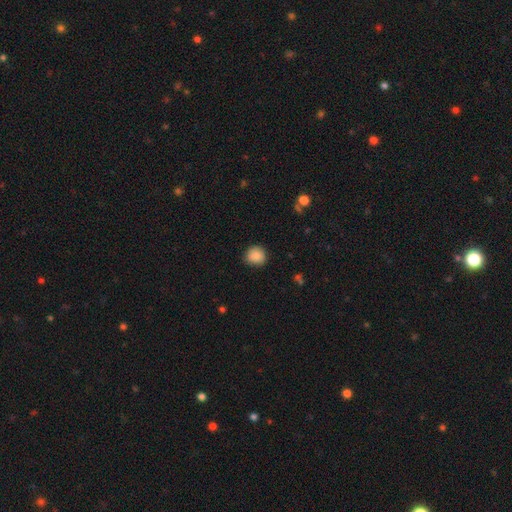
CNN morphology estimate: smooth-or-featured: smooth: 87% | star or artifact: 9% | featured or disk: 4%
  how-rounded: round: 87% | in between: 12% | cigar-shaped: 1%
  merging: none: 84% | minor disturbance: 12% | major disturbance: 2% | merger: 1%